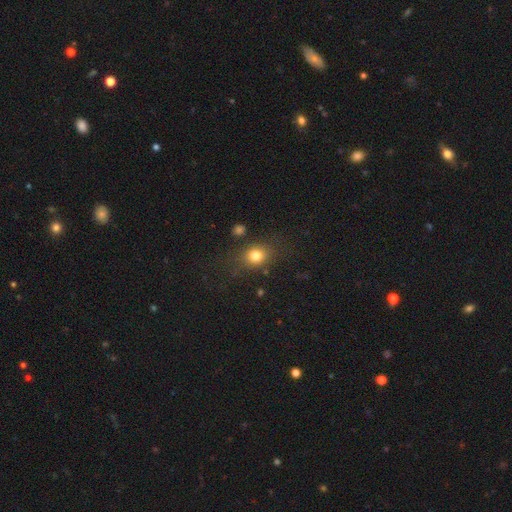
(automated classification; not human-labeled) The model was most divided on "how rounded": round: 57%, in between: 41%, cigar-shaped: 2%. More confident: smooth or featured — smooth (78%); merging — none (76%).